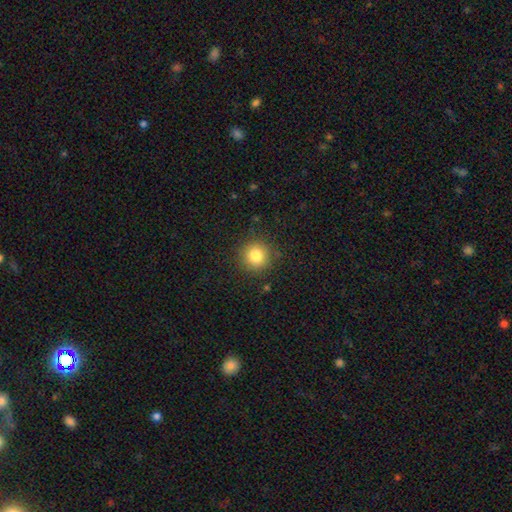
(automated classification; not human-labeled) smooth-or-featured: smooth: 82% | star or artifact: 12% | featured or disk: 6%
  how-rounded: round: 93% | in between: 6% | cigar-shaped: 1%
  merging: none: 88% | minor disturbance: 8% | major disturbance: 3% | merger: 1%